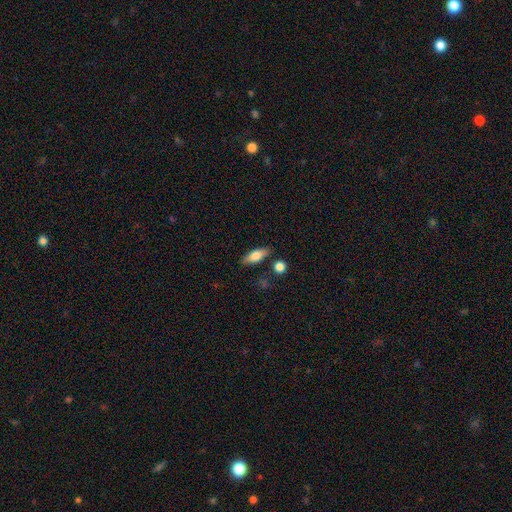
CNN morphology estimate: The model was most divided on "how rounded": in between: 66%, cigar-shaped: 30%, round: 4%. More confident: merging — none (82%); smooth or featured — smooth (74%).